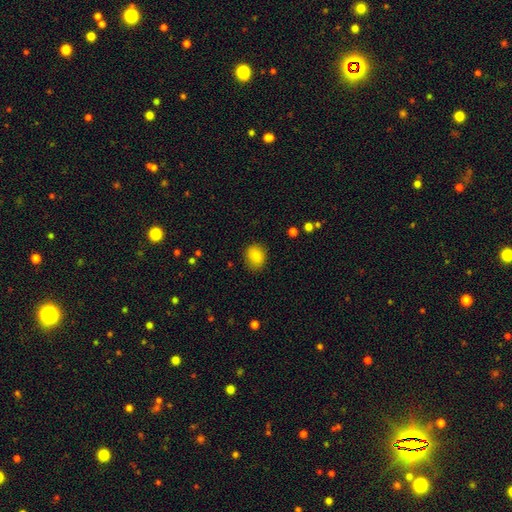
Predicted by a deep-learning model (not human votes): The model was most divided on "how rounded": round: 64%, in between: 35%, cigar-shaped: 1%. More confident: merging — none (84%); smooth or featured — smooth (83%).